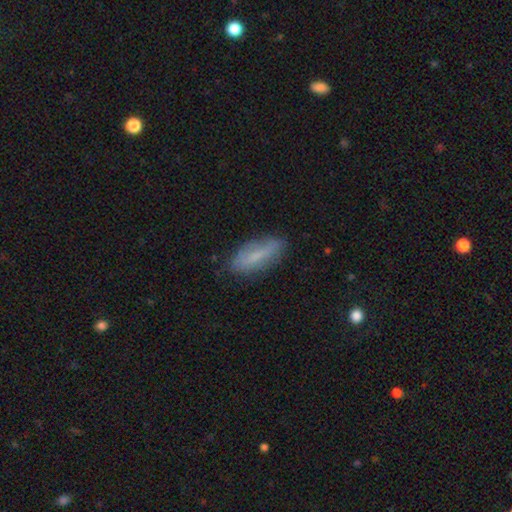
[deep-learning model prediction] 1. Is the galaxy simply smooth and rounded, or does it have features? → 63% smooth, 29% featured or disk, 8% star or artifact.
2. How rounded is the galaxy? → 57% in between, 41% cigar-shaped, 2% round.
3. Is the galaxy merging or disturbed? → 73% none, 20% minor disturbance, 5% major disturbance, 2% merger.